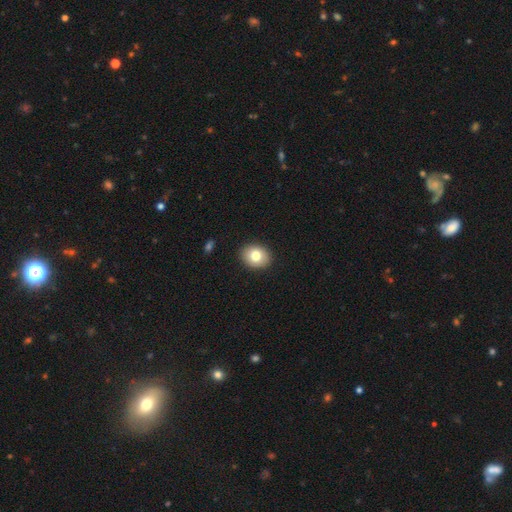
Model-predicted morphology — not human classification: Smooth or featured? Predicted: smooth (p=0.79). How rounded? Predicted: in between (p=0.50). Merging? Predicted: none (p=0.90).